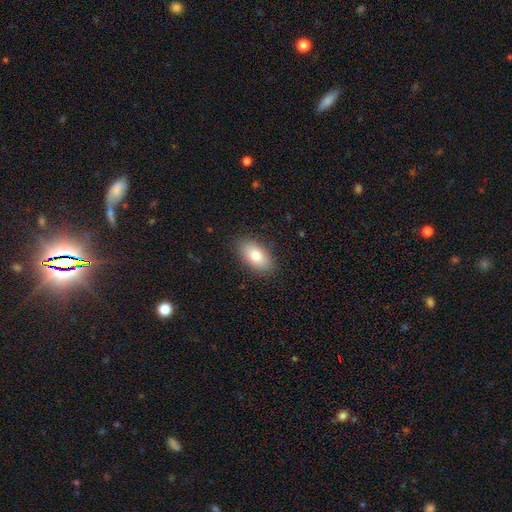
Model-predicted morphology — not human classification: type=smooth (80%); roundness=in between (92%); merging=none (87%).